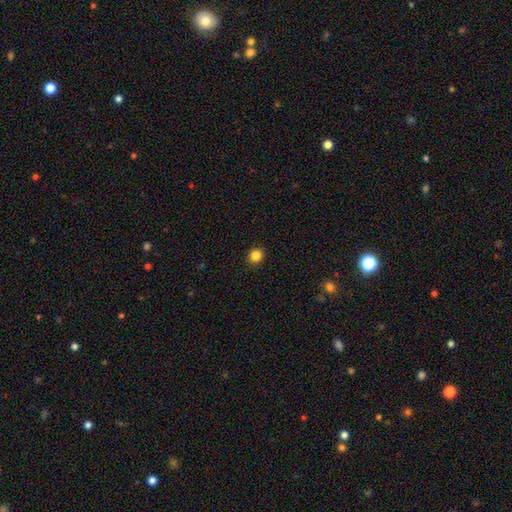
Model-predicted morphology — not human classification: This is clearly a smooth galaxy (85%). How rounded: clearly round (81%). Merging: clearly none (92%).